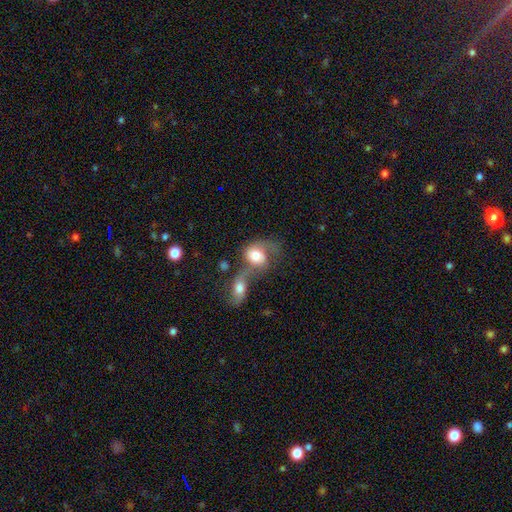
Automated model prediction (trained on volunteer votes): Smooth or featured? Predicted: smooth (p=0.64). How rounded? Predicted: in between (p=0.54). Merging? Predicted: merger (p=0.62).